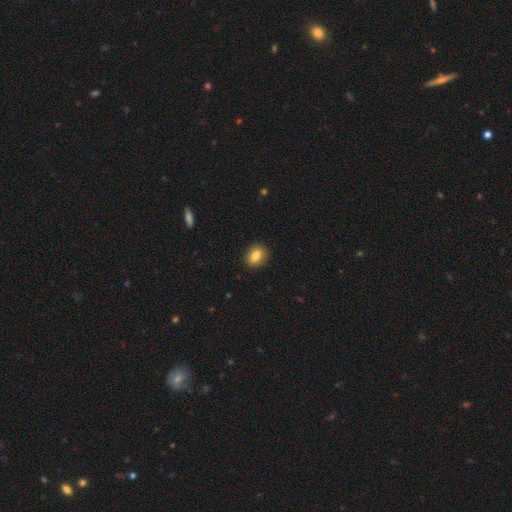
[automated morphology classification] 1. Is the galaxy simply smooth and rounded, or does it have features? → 83% smooth, 8% star or artifact, 8% featured or disk.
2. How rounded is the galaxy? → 61% in between, 37% round, 2% cigar-shaped.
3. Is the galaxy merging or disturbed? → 90% none, 7% minor disturbance, 2% major disturbance, 1% merger.